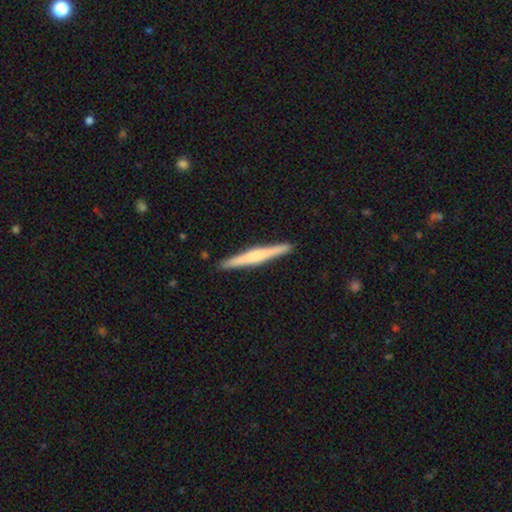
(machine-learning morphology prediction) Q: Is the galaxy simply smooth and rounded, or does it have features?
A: featured or disk — 55%.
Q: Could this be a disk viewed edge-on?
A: yes — 98%.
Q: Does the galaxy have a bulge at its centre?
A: rounded — 50%.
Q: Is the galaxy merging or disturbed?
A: none — 92%.